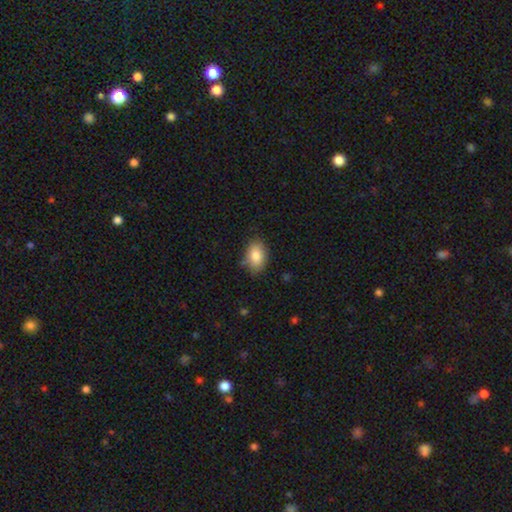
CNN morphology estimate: Smooth or featured? Predicted: smooth (p=0.85). How rounded? Predicted: in between (p=0.88). Merging? Predicted: none (p=0.75).